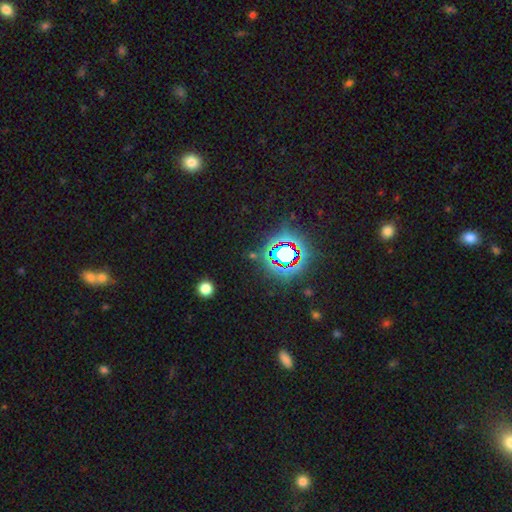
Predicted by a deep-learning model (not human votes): Smooth or featured? Predicted: star or artifact (p=0.74).